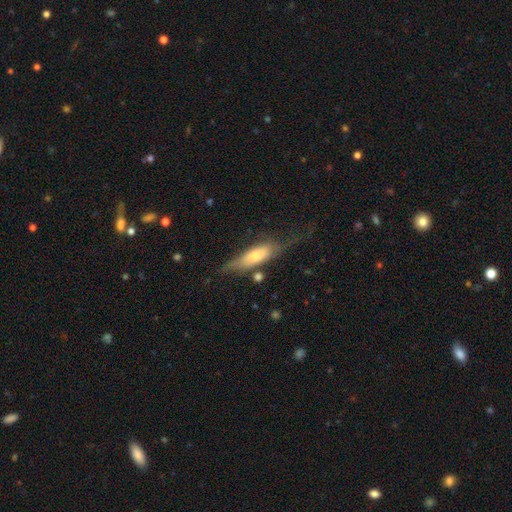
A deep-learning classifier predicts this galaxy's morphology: The model was most divided on "merging": none: 39%, minor disturbance: 29%, major disturbance: 25%, merger: 7%. More confident: smooth or featured — smooth (61%); how rounded — in between (56%).